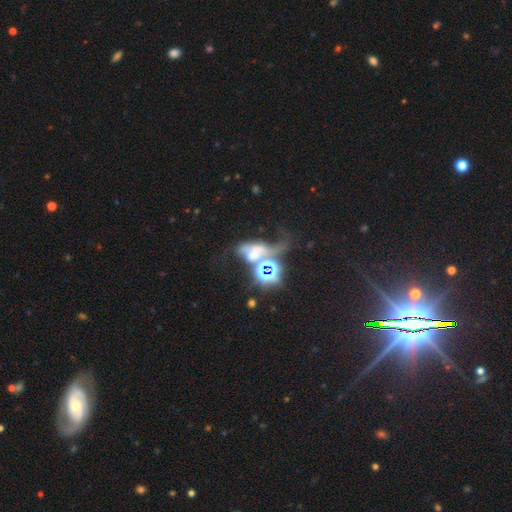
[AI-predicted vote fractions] This is marginally a featured or disk galaxy (37%). Merging: marginally merger (36%).